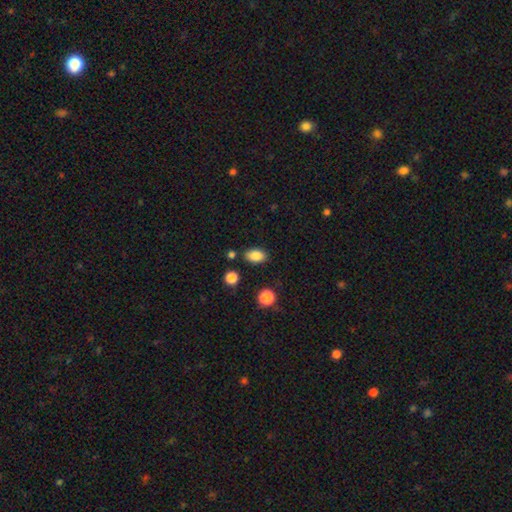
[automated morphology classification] The model was most divided on "merging": none: 82%, minor disturbance: 11%, merger: 4%, major disturbance: 3%. More confident: how rounded — in between (88%); smooth or featured — smooth (85%).